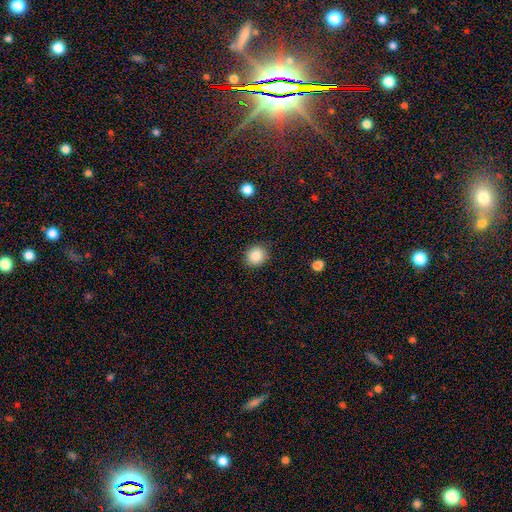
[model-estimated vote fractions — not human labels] The model was most divided on "how rounded": round: 82%, in between: 17%, cigar-shaped: 1%. More confident: merging — none (87%); smooth or featured — smooth (86%).